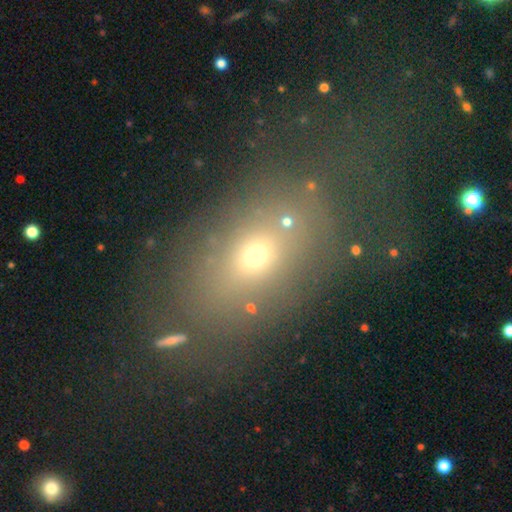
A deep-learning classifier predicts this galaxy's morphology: smooth_or_featured: smooth (p=0.60) [alt: star or artifact p=0.22]
how_rounded: in between (p=0.65) [alt: round p=0.32]
merging: none (p=0.54) [alt: major disturbance p=0.21]